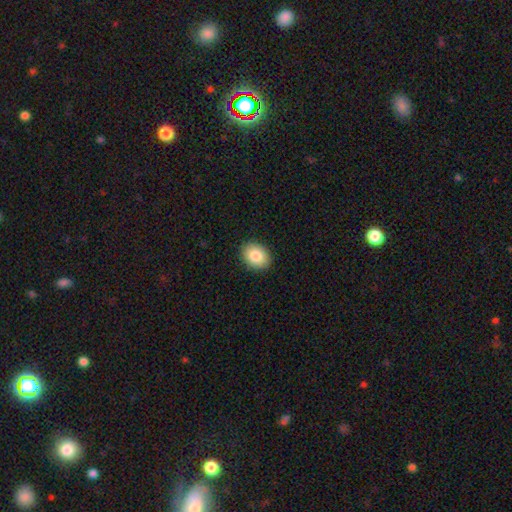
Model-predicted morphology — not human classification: Q: Smooth or featured?
A: smooth (86%); runner-up: star or artifact (8%)
Q: How rounded?
A: in between (61%); runner-up: round (38%)
Q: Merging?
A: none (90%); runner-up: minor disturbance (7%)